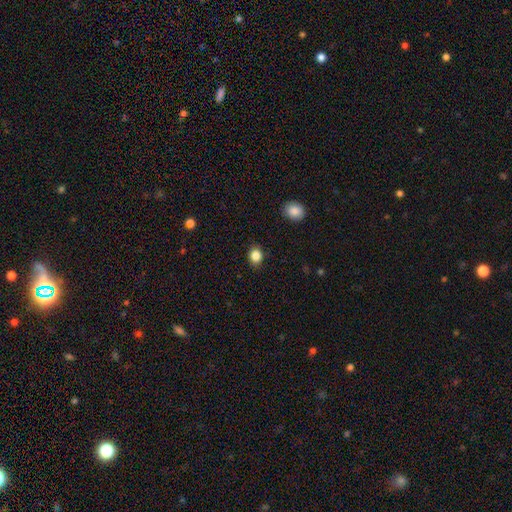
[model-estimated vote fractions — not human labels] smooth_or_featured: smooth (p=0.85) [alt: star or artifact p=0.10]
how_rounded: round (p=0.60) [alt: in between p=0.39]
merging: none (p=0.86) [alt: minor disturbance p=0.10]